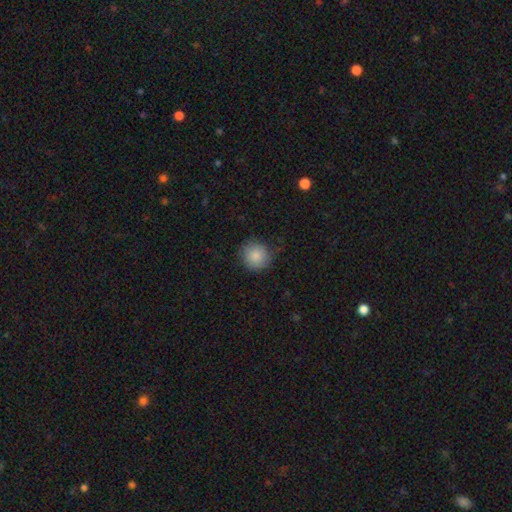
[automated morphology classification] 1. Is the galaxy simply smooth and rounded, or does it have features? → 86% smooth, 8% star or artifact, 6% featured or disk.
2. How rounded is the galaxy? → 93% round, 6% in between, 1% cigar-shaped.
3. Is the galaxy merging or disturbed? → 79% none, 16% minor disturbance, 4% major disturbance, 1% merger.